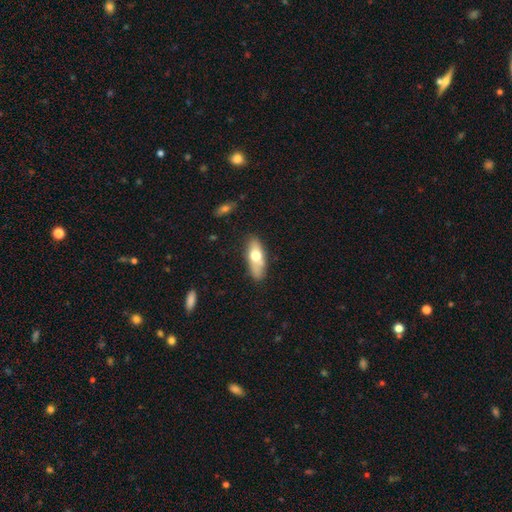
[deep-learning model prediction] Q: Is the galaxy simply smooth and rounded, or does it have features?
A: smooth — 63%.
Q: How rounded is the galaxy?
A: in between — 69%.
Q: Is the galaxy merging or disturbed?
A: none — 73%.